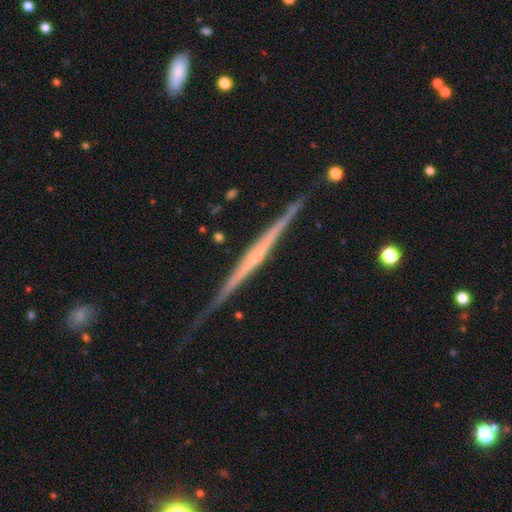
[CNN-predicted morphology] Q: Smooth or featured?
A: featured or disk (84%); runner-up: smooth (11%)
Q: Edge-on disk?
A: yes (98%); runner-up: no (2%)
Q: Edge-on bulge?
A: none (47%); runner-up: rounded (46%)
Q: Merging?
A: none (79%); runner-up: minor disturbance (16%)